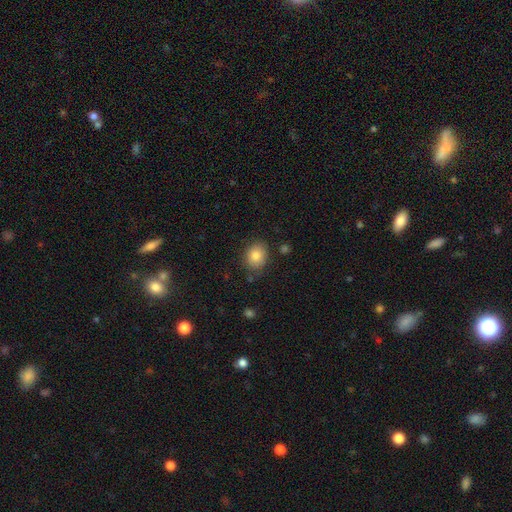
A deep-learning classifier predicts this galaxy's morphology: The model was most divided on "how rounded": round: 56%, in between: 43%, cigar-shaped: 1%. More confident: smooth or featured — smooth (83%); merging — none (81%).